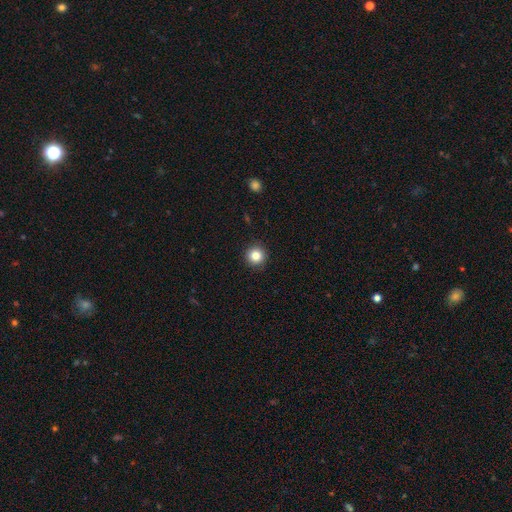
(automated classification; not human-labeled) Smooth or featured? Predicted: smooth (p=0.83). How rounded? Predicted: round (p=0.95). Merging? Predicted: none (p=0.92).